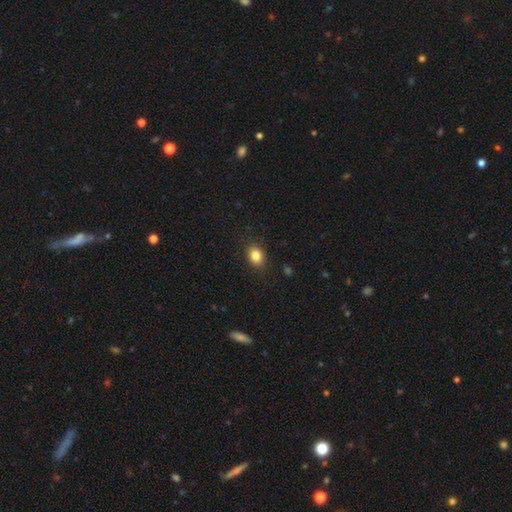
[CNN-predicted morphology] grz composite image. It shows a smooth galaxy with no disk features (84%) that is in between round and cigar-shaped (57%). Merging: none (87%).